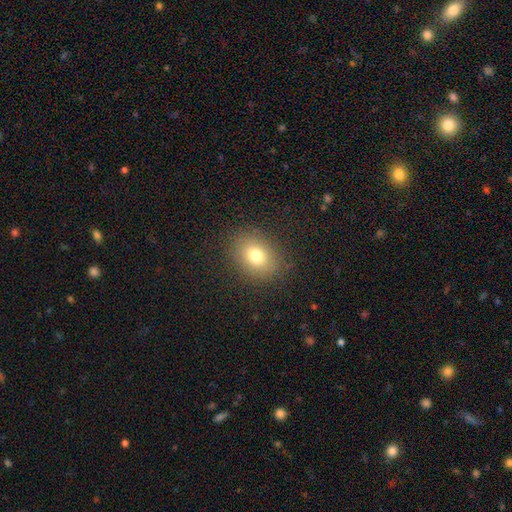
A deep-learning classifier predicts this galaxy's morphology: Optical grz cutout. It shows a smooth galaxy with no disk features (76%) that is in between round and cigar-shaped (59%). Merging: none (85%).